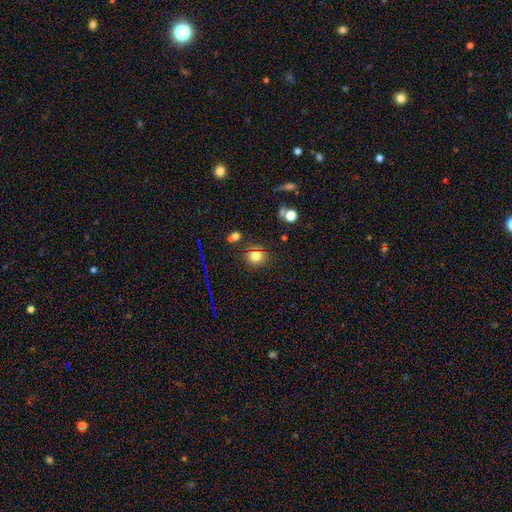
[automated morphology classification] Smooth or featured? Predicted: smooth (p=0.72). How rounded? Predicted: round (p=0.82). Merging? Predicted: none (p=0.79).